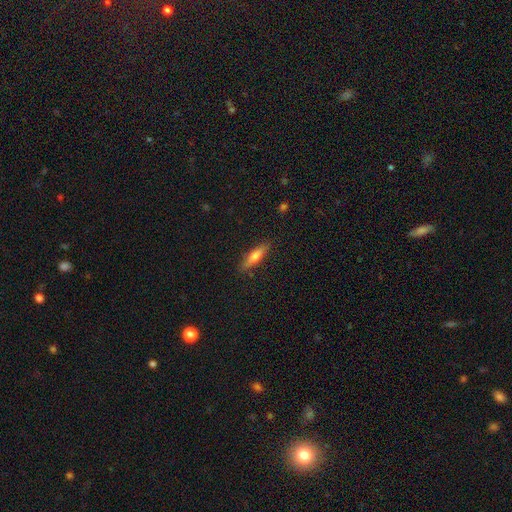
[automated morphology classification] Overall: smooth (61%; featured or disk 33%). How rounded: cigar-shaped (74%). Merging: none (87%).